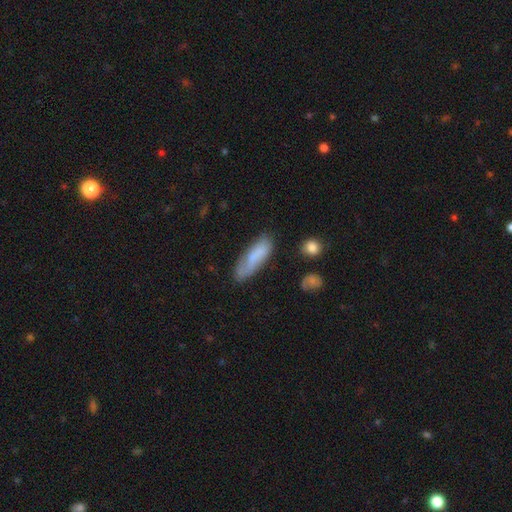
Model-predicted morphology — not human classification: A smooth galaxy with no disk features (72%) that is cigar-shaped (53%). Merging: none (65%).